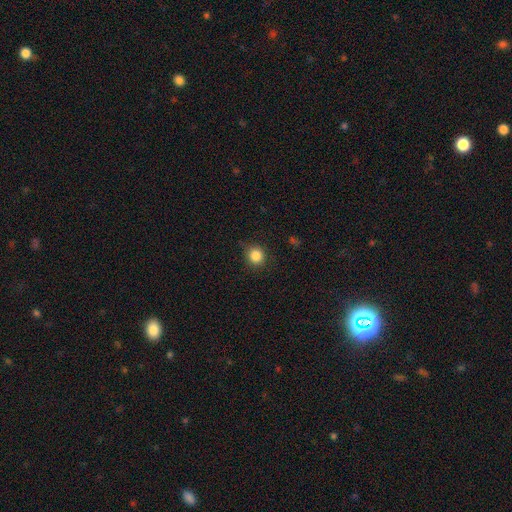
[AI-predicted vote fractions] Smooth or featured? Predicted: smooth (p=0.85). How rounded? Predicted: round (p=0.88). Merging? Predicted: none (p=0.84).